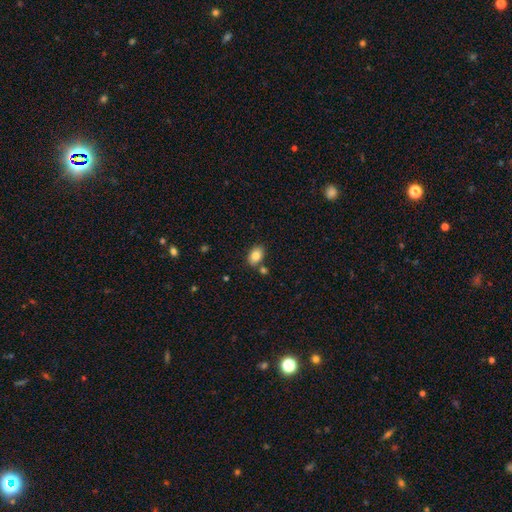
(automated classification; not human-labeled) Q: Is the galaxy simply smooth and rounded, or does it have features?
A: smooth — 83%.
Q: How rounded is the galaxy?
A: in between — 86%.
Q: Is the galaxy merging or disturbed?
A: none — 76%.